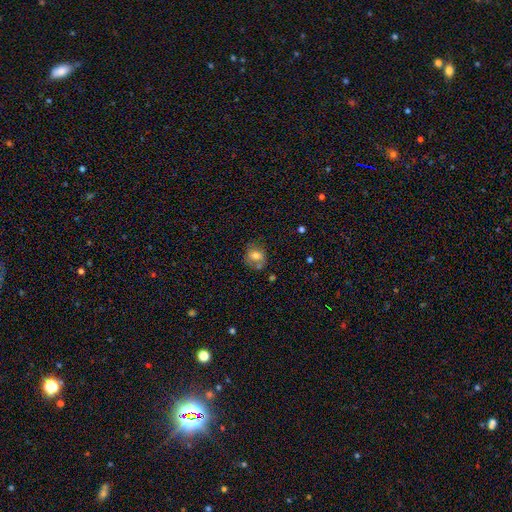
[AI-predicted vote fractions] The model was most divided on "how rounded": round: 65%, in between: 34%, cigar-shaped: 1%. More confident: smooth or featured — smooth (67%); merging — none (55%).